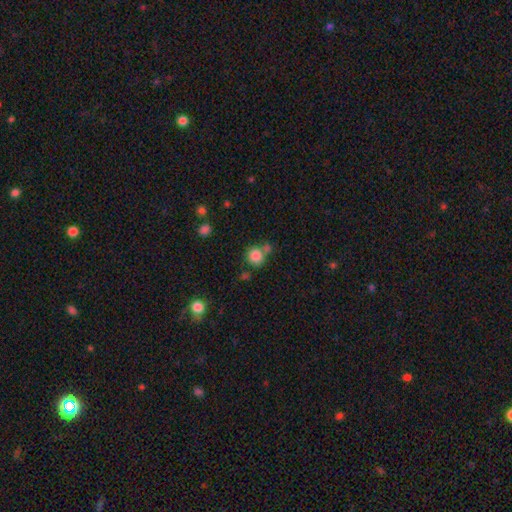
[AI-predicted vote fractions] smooth 84%, star or artifact 10%, featured or disk 5%. Down the decision tree: how rounded — round (89%); merging — none (62%).